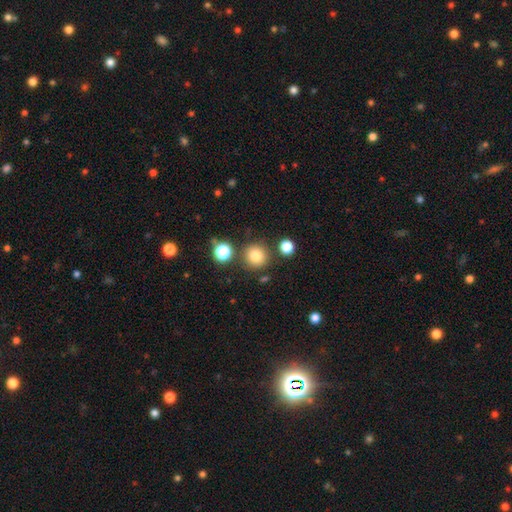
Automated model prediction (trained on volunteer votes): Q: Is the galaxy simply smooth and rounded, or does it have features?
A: smooth — 79%.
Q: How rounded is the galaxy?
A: round — 94%.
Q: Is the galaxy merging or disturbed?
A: none — 84%.